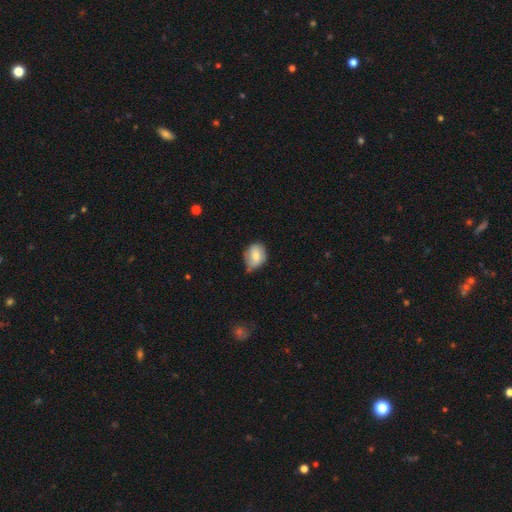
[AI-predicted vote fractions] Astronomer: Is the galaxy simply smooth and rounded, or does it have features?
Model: smooth — 74%.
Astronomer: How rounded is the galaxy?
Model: in between — 60% (runner-up: round, 39%).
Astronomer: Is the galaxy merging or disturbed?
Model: none — 45% (runner-up: minor disturbance, 44%).